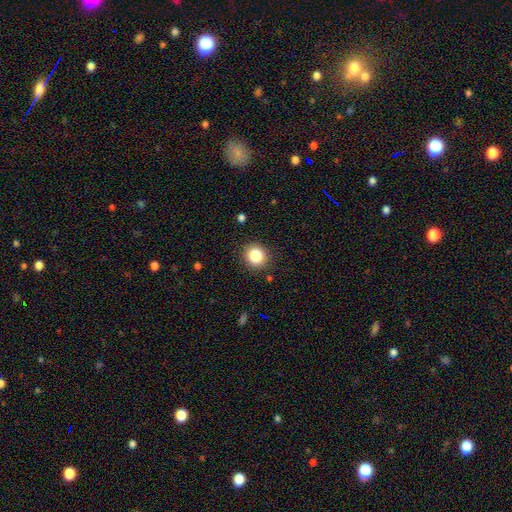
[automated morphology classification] smooth 84%, star or artifact 10%, featured or disk 6%. Down the decision tree: how rounded — round (85%); merging — none (89%).